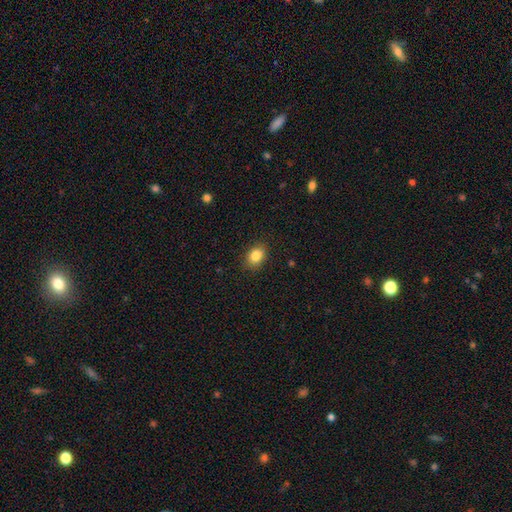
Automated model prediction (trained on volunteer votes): The model was most divided on "how rounded": in between: 64%, round: 35%, cigar-shaped: 1%. More confident: merging — none (87%); smooth or featured — smooth (85%).